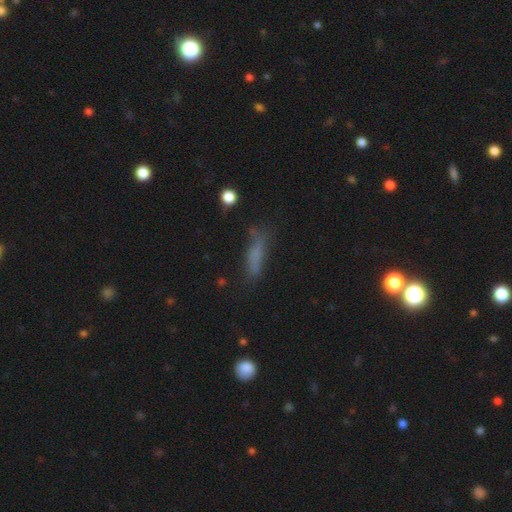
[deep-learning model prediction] A smooth galaxy with no disk features (67%) that is cigar-shaped (70%).

Vote fractions:
- Smooth or featured? smooth: 67% / featured or disk: 19% / star or artifact: 13%
- How rounded? cigar-shaped: 70% / in between: 27% / round: 3%
- Merging? none: 62% / minor disturbance: 24% / major disturbance: 11% / merger: 4%